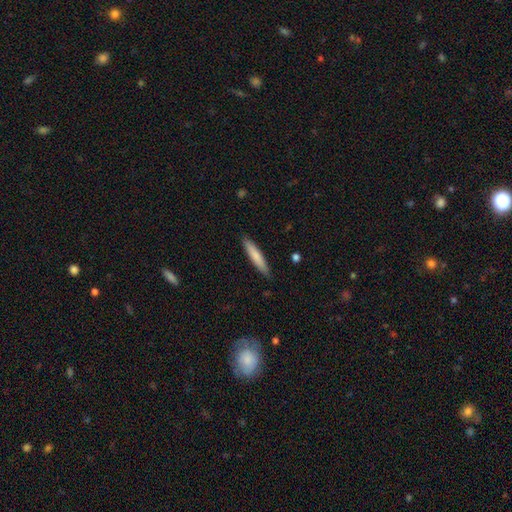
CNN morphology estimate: type=smooth (77%); roundness=cigar-shaped (90%); merging=none (87%).